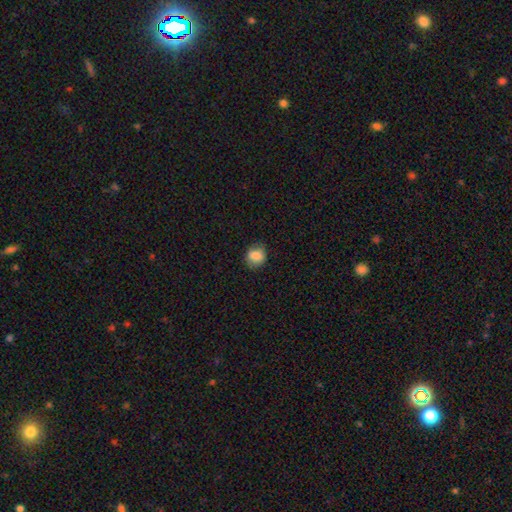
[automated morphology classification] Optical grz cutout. It shows a smooth galaxy with no disk features (84%) that is round (67%). Merging: none (79%).